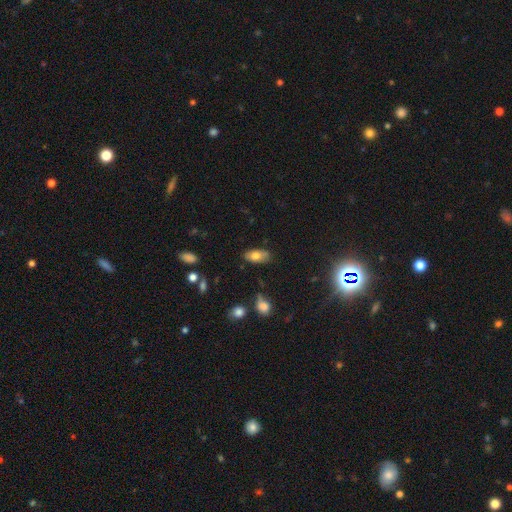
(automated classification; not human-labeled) Smooth or featured: smooth — 75% (featured or disk — 17%)
How rounded: in between — 91% (cigar-shaped — 6%)
Merging: none — 78% (minor disturbance — 17%)